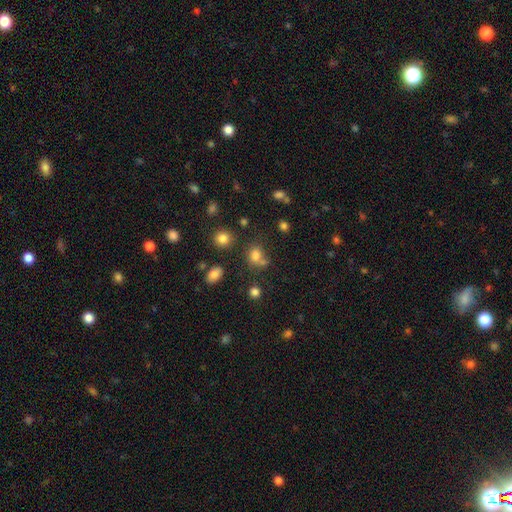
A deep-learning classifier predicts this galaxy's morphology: This appears to be a smooth galaxy with no disk features (75%) that is round (56%). Merging: none (49%).